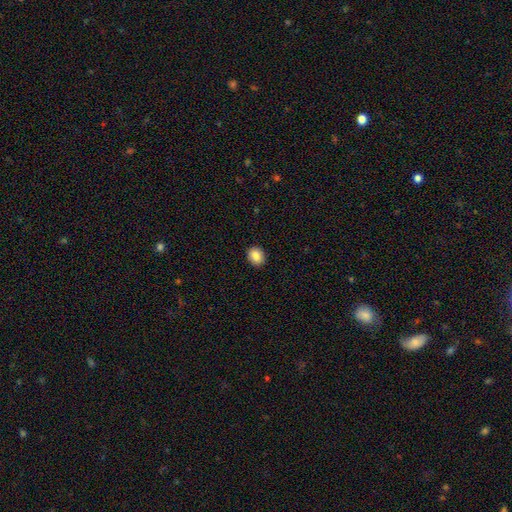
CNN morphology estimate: Smooth or featured?
  - smooth: 85% *
  - star or artifact: 8%
  - featured or disk: 6%
How rounded?
  - round: 59% *
  - in between: 40%
  - cigar-shaped: 1%
Merging?
  - none: 91% *
  - minor disturbance: 6%
  - major disturbance: 2%
  - merger: 1%